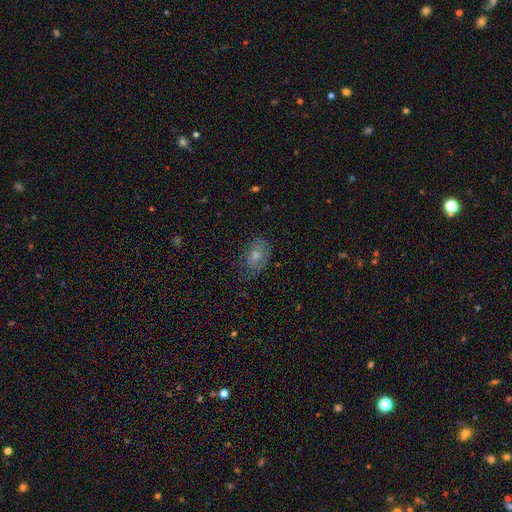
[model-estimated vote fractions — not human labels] smooth 55%, featured or disk 32%, star or artifact 13%. Down the decision tree: how rounded — in between (77%); merging — none (73%).